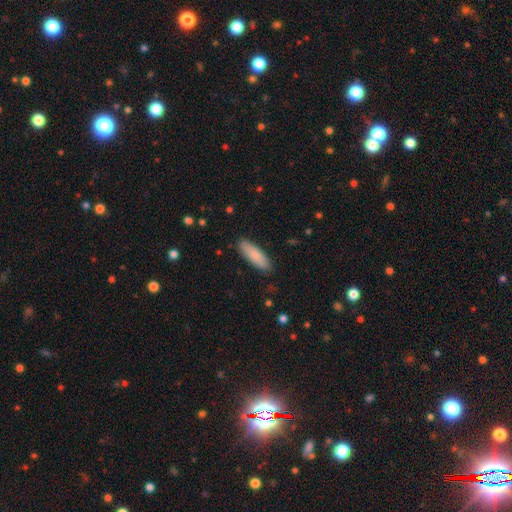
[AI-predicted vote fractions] Q: Smooth or featured?
A: smooth (82%); runner-up: featured or disk (12%)
Q: How rounded?
A: in between (54%); runner-up: cigar-shaped (44%)
Q: Merging?
A: none (88%); runner-up: minor disturbance (9%)